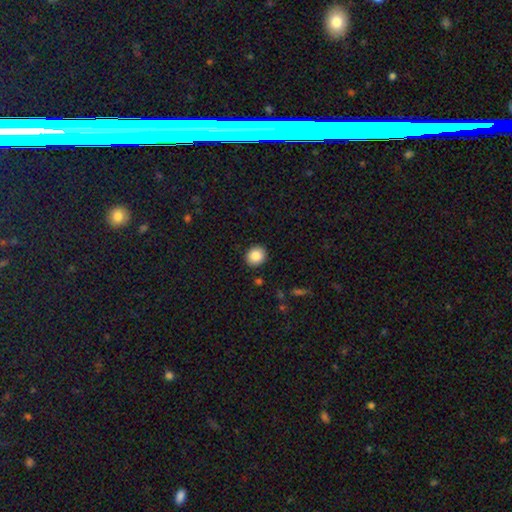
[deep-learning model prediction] Overall: smooth (85%). How rounded: round (77%). Merging: none (91%).